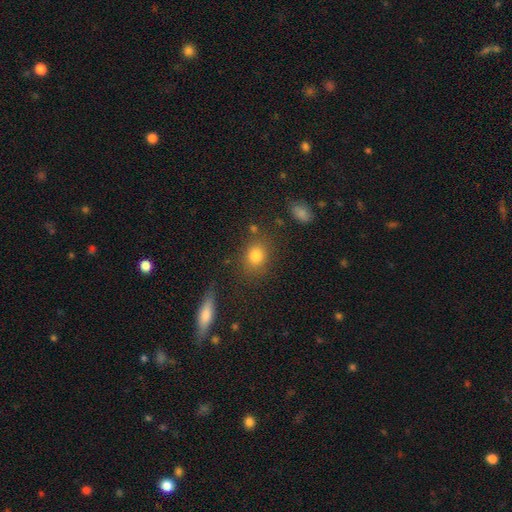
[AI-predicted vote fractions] A smooth galaxy with no disk features (81%) that is round (53%).

Vote fractions:
- Smooth or featured? smooth: 81% / star or artifact: 12% / featured or disk: 8%
- How rounded? round: 53% / in between: 45% / cigar-shaped: 2%
- Merging? none: 78% / minor disturbance: 12% / merger: 5% / major disturbance: 5%